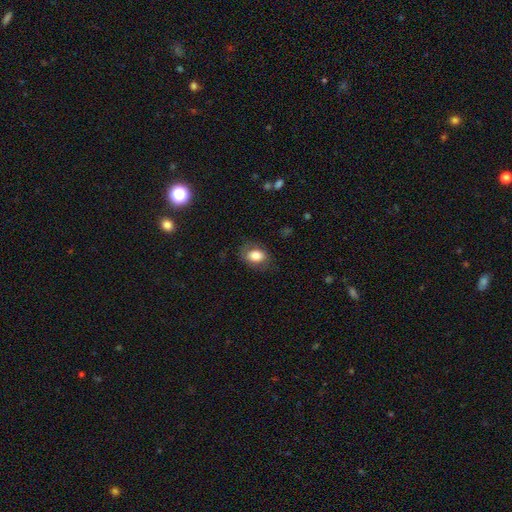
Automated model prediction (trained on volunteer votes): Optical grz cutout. It shows a smooth galaxy with no disk features (78%) that is in between round and cigar-shaped (74%). Merging: none (75%).